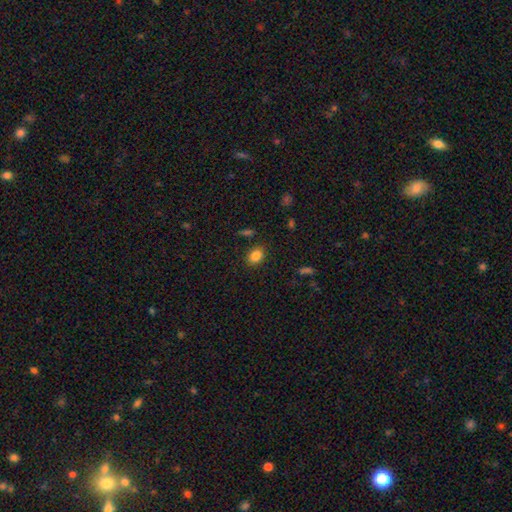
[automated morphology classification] A smooth galaxy with no disk features (85%) that is in between round and cigar-shaped (71%).

Vote fractions:
- Smooth or featured? smooth: 85% / star or artifact: 10% / featured or disk: 6%
- How rounded? in between: 71% / round: 28% / cigar-shaped: 1%
- Merging? none: 85% / minor disturbance: 10% / major disturbance: 3% / merger: 2%